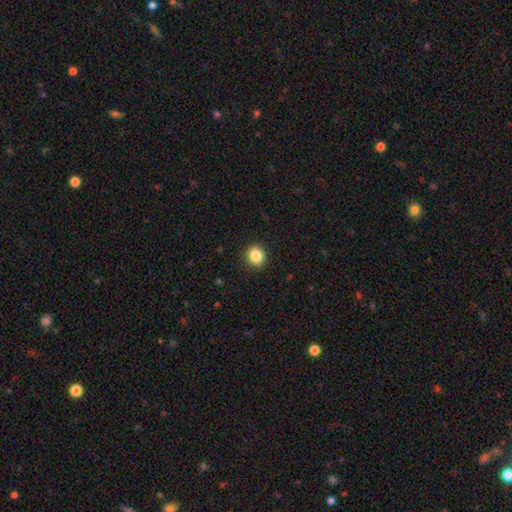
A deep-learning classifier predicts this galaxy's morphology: The model was most divided on "how rounded": round: 76%, in between: 23%, cigar-shaped: 1%. More confident: merging — none (91%); smooth or featured — smooth (86%).